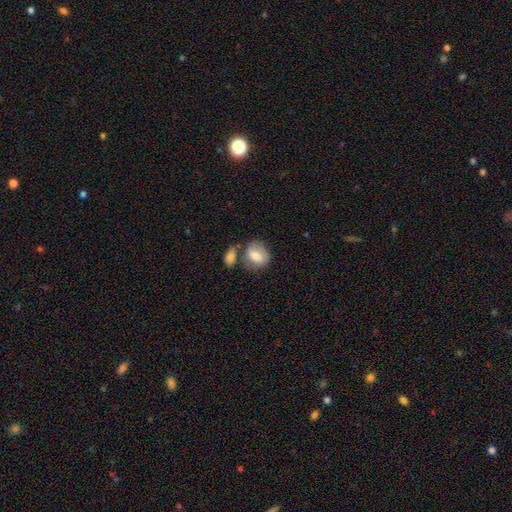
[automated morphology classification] Overall: smooth (78%). How rounded: round (52%; in between 46%). Merging: none (47%; merger 31%).